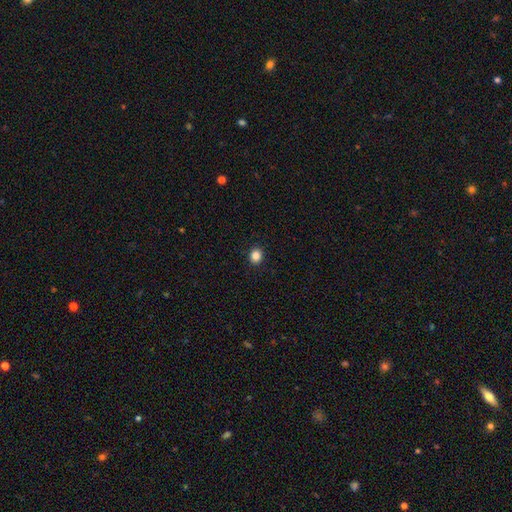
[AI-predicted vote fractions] This appears to be a smooth galaxy with no disk features (86%) that is round (72%). Merging: none (92%).